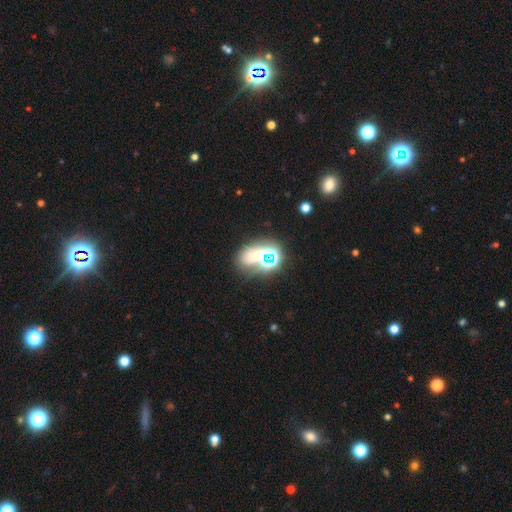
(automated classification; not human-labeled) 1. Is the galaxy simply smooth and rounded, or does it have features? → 40% star or artifact, 38% smooth, 22% featured or disk.